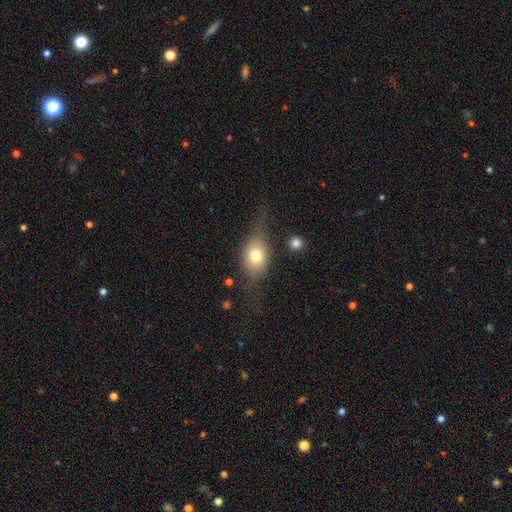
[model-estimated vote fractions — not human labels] The model was most divided on "how rounded": in between: 59%, round: 34%, cigar-shaped: 7%. More confident: smooth or featured — smooth (61%); merging — none (52%).